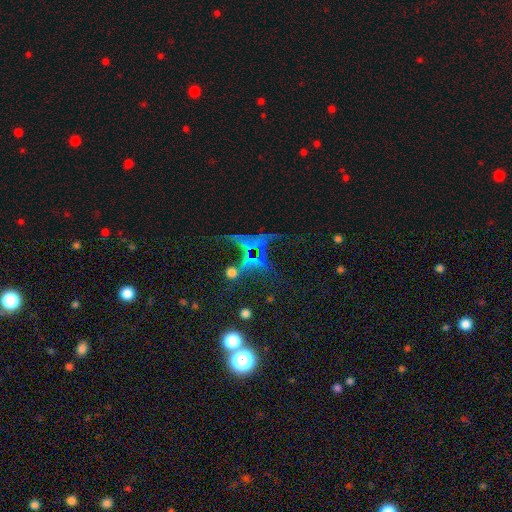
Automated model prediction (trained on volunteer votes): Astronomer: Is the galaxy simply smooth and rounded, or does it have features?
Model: star or artifact — 50% (runner-up: featured or disk, 27%).